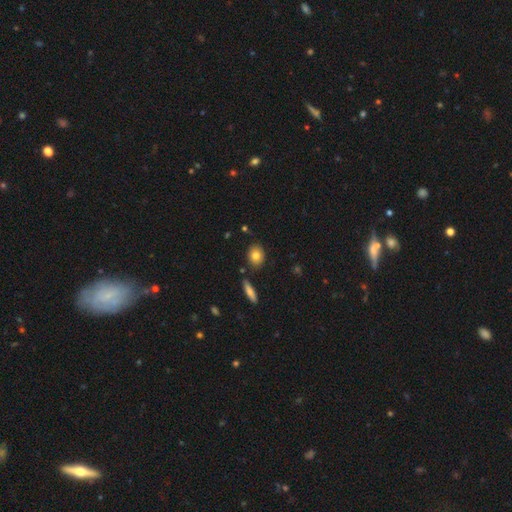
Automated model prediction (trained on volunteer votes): This is likely a smooth galaxy (79%). How rounded: possibly in between (52%). Merging: clearly none (82%).